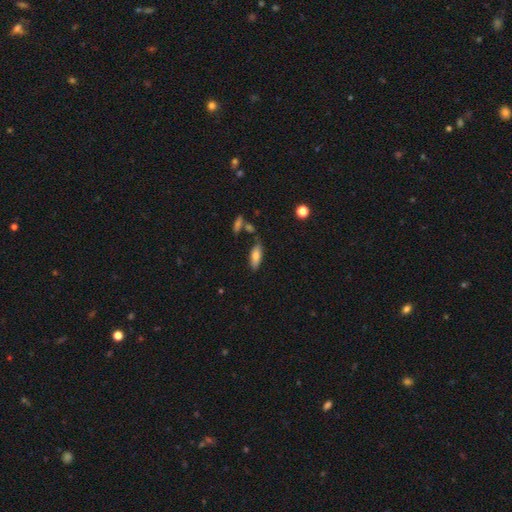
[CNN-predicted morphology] smooth 78%, featured or disk 14%, star or artifact 7%. Down the decision tree: how rounded — in between (72%); merging — none (74%).